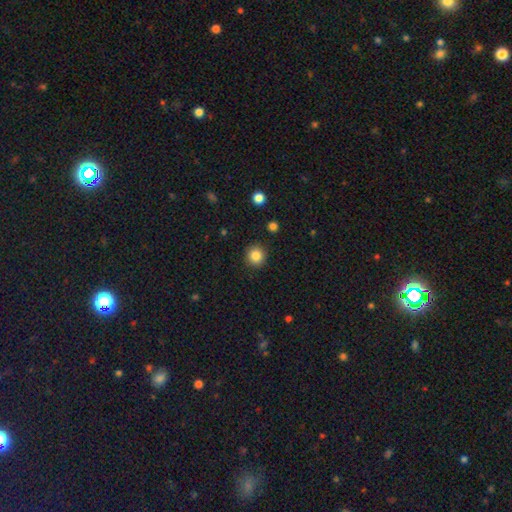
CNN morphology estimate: Q: Smooth or featured?
A: smooth (85%); runner-up: star or artifact (10%)
Q: How rounded?
A: round (93%); runner-up: in between (6%)
Q: Merging?
A: none (91%); runner-up: minor disturbance (5%)